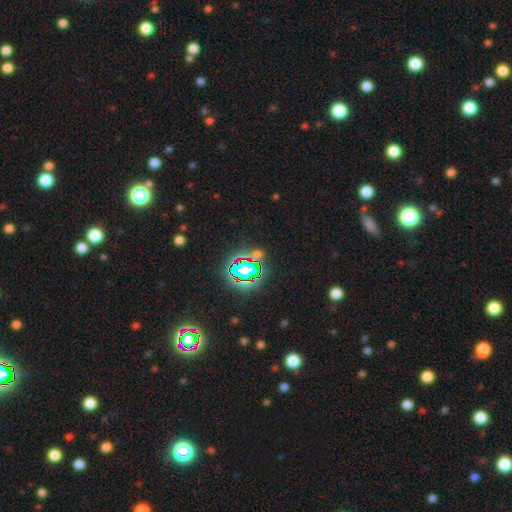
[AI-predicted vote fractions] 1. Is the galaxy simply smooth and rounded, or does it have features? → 71% star or artifact, 20% smooth, 9% featured or disk.